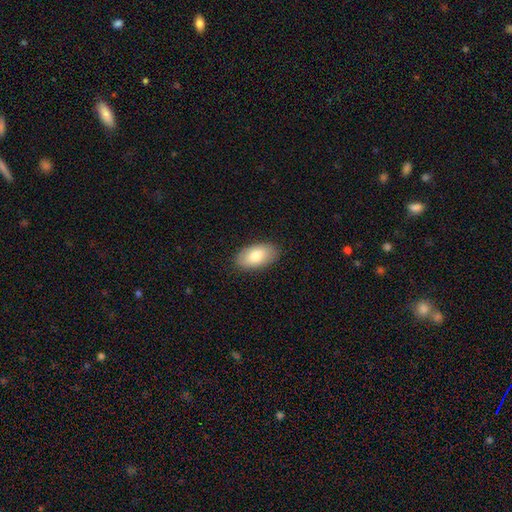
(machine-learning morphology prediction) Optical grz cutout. It shows a smooth galaxy with no disk features (78%) that is in between round and cigar-shaped (94%). Merging: none (87%).